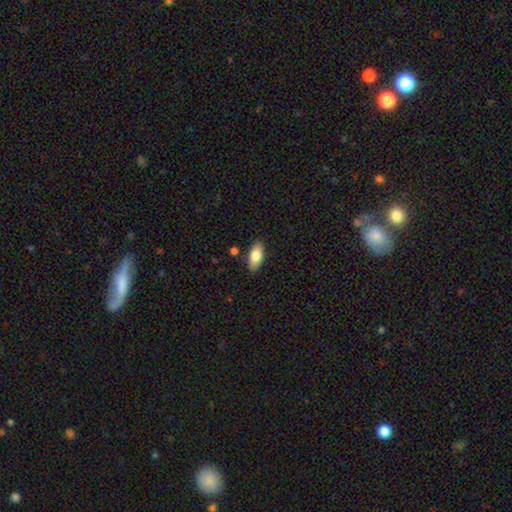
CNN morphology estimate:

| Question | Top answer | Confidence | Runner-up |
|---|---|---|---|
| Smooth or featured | smooth | 78% | featured or disk (16%) |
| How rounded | in between | 86% | cigar-shaped (11%) |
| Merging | none | 86% | minor disturbance (10%) |